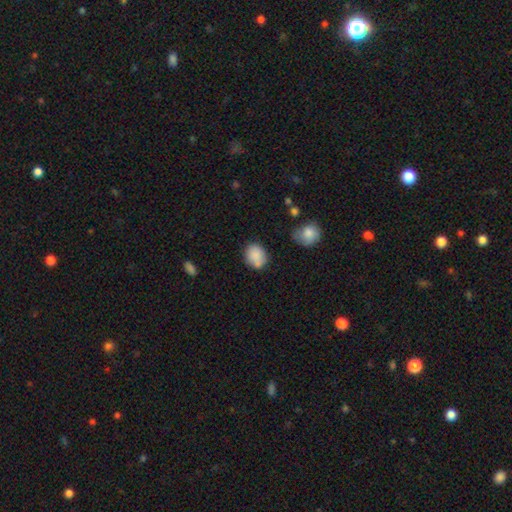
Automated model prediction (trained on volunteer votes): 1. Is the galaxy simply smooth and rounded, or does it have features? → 85% smooth, 8% star or artifact, 7% featured or disk.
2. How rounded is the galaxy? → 53% round, 46% in between, 1% cigar-shaped.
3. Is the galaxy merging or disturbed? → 65% none, 21% minor disturbance, 9% merger, 5% major disturbance.